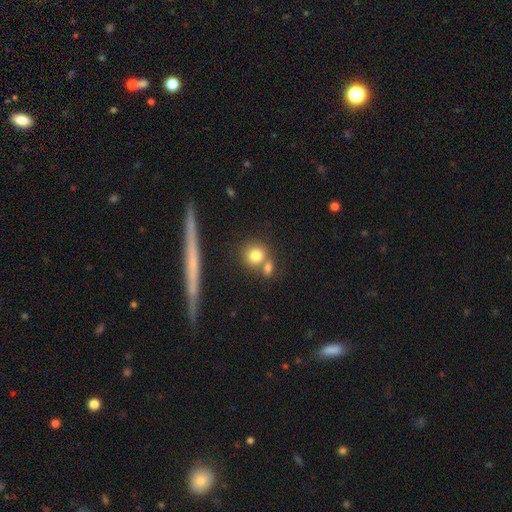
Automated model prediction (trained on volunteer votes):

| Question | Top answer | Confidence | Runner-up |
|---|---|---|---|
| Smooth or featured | smooth | 78% | featured or disk (12%) |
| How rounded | round | 80% | in between (15%) |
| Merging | none | 63% | merger (24%) |